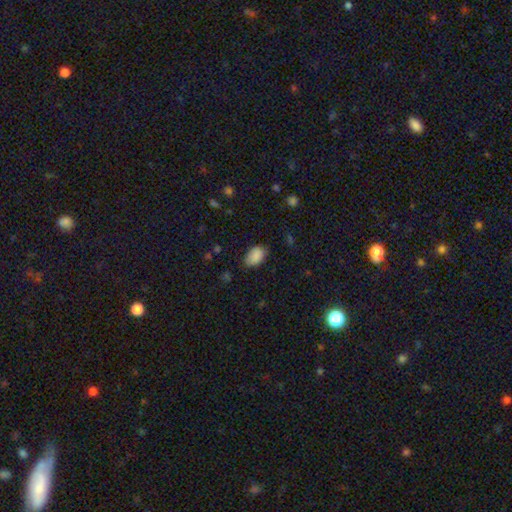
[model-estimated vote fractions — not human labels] A smooth galaxy with no disk features (88%) that is in between round and cigar-shaped (89%).

Vote fractions:
- Smooth or featured? smooth: 88% / star or artifact: 7% / featured or disk: 5%
- How rounded? in between: 89% / round: 10% / cigar-shaped: 1%
- Merging? none: 76% / minor disturbance: 19% / major disturbance: 4% / merger: 1%